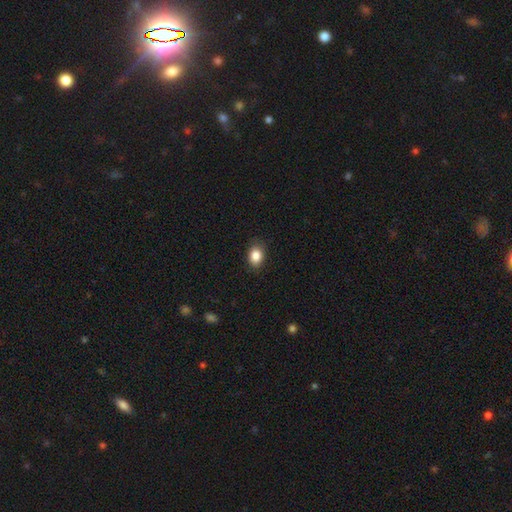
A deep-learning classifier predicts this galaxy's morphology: A smooth galaxy with no disk features (86%) that is in between round and cigar-shaped (70%).

Vote fractions:
- Smooth or featured? smooth: 86% / star or artifact: 9% / featured or disk: 5%
- How rounded? in between: 70% / round: 28% / cigar-shaped: 1%
- Merging? none: 84% / minor disturbance: 13% / major disturbance: 3% / merger: 1%